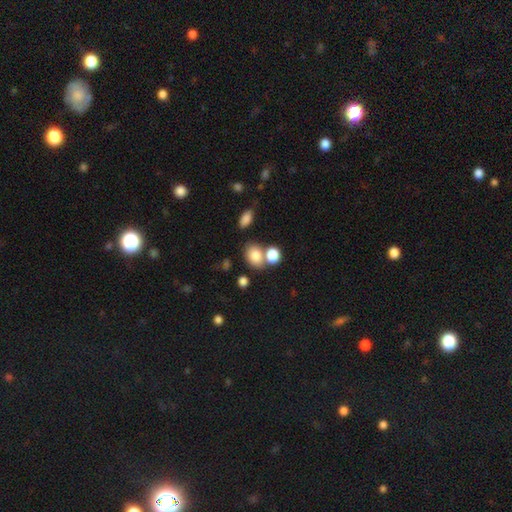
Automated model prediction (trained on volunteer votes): The model was most divided on "how rounded": in between: 60%, round: 39%, cigar-shaped: 1%. More confident: smooth or featured — smooth (81%); merging — none (54%).